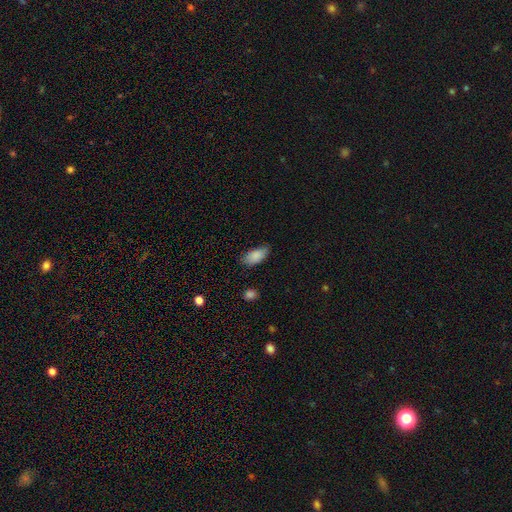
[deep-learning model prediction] Q: Smooth or featured?
A: smooth (86%); runner-up: star or artifact (7%)
Q: How rounded?
A: in between (91%); runner-up: cigar-shaped (5%)
Q: Merging?
A: none (67%); runner-up: minor disturbance (26%)